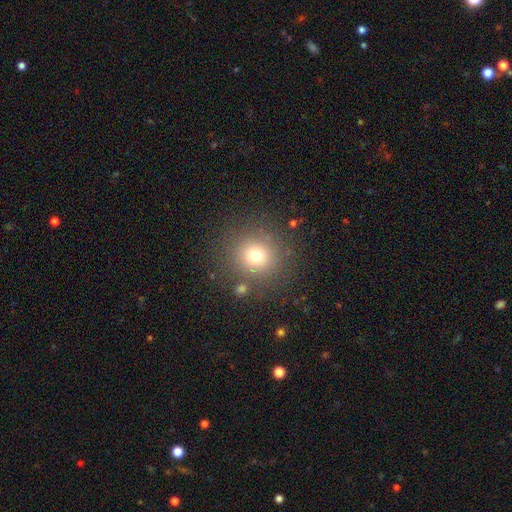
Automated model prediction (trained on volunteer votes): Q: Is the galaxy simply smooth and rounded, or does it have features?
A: smooth — 72%.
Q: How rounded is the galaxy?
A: round — 90%.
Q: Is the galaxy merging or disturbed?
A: none — 82%.